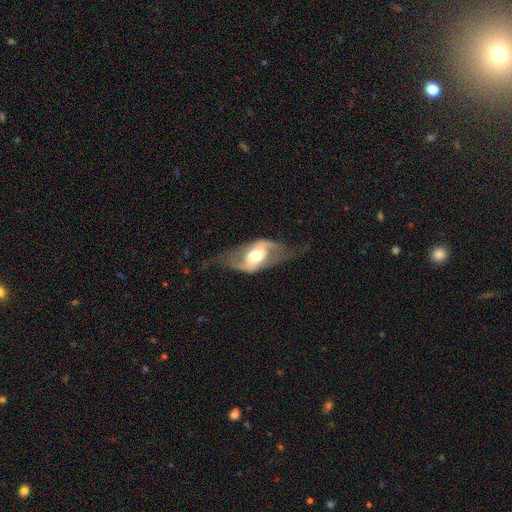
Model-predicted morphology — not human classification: A featured or disk galaxy (77%) with a weak bar (35%), 2 (90%) loose (66%) spiral arms (84%) and a moderate central bulge (55%). Merging: none (55%).